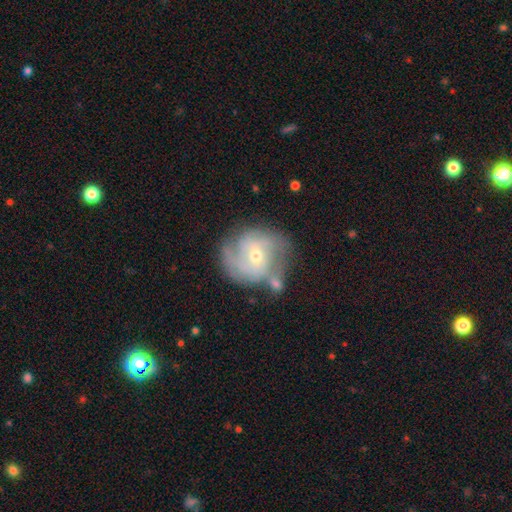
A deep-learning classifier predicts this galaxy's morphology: A featured or disk galaxy (79%) with no bar (60%), 2 (40%) tight (46%) spiral arms (92%) and a small central bulge (58%). Merging: none (60%).